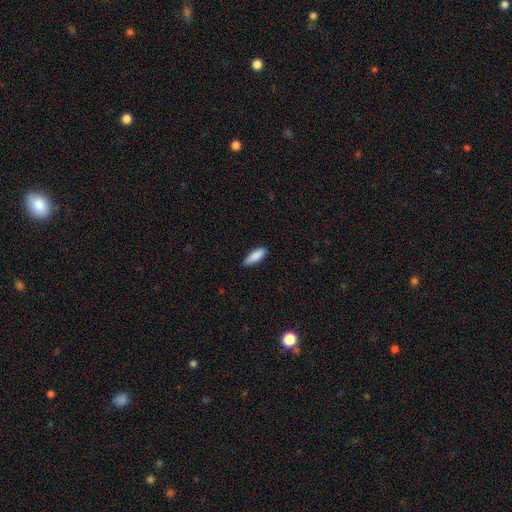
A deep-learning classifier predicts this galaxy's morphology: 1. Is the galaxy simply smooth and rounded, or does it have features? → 88% smooth, 6% star or artifact, 6% featured or disk.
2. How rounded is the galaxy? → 57% in between, 42% cigar-shaped, 2% round.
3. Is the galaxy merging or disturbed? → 79% none, 18% minor disturbance, 2% major disturbance, 1% merger.